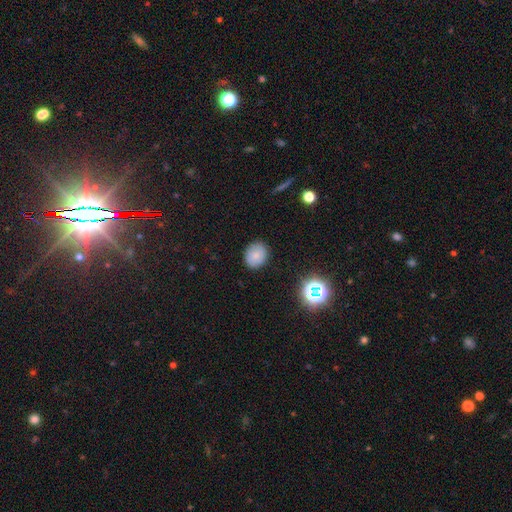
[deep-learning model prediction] The model was most divided on "how rounded": round: 53%, in between: 46%, cigar-shaped: 1%. More confident: merging — none (87%); smooth or featured — smooth (80%).